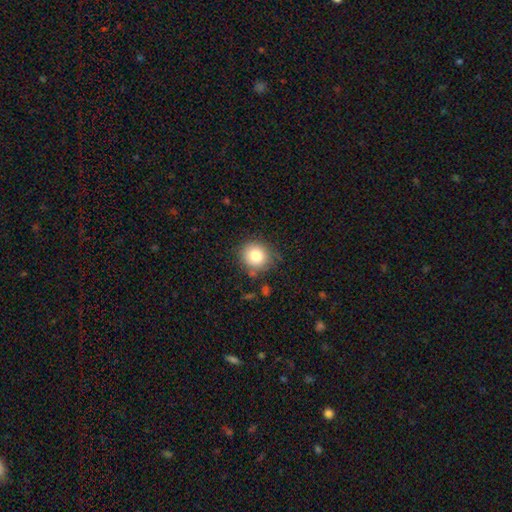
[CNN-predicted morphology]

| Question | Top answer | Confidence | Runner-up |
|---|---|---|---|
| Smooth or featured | smooth | 81% | star or artifact (10%) |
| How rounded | round | 85% | in between (14%) |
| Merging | none | 78% | minor disturbance (15%) |